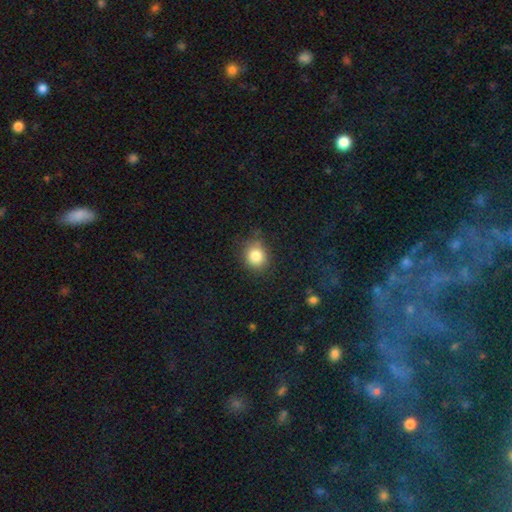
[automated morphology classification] Q: Smooth or featured?
A: smooth (83%); runner-up: star or artifact (11%)
Q: How rounded?
A: round (72%); runner-up: in between (27%)
Q: Merging?
A: none (78%); runner-up: minor disturbance (16%)